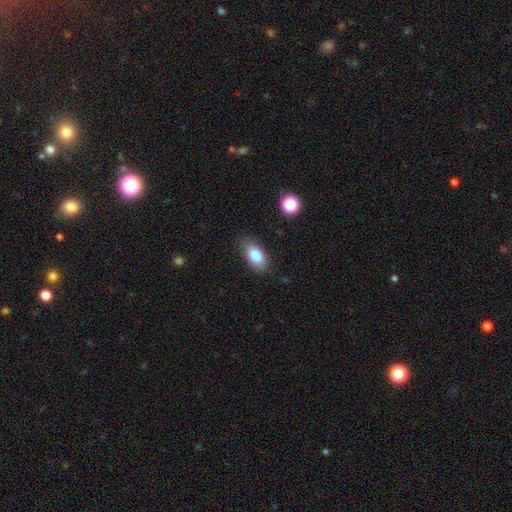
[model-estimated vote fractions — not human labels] Q: Smooth or featured?
A: smooth (84%); runner-up: featured or disk (8%)
Q: How rounded?
A: in between (91%); runner-up: round (5%)
Q: Merging?
A: none (81%); runner-up: minor disturbance (15%)